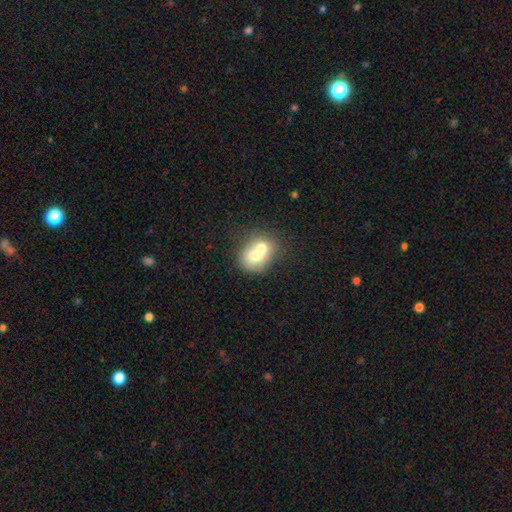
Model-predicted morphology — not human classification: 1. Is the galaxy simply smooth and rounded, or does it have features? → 64% smooth, 27% featured or disk, 9% star or artifact.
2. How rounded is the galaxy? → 67% round, 32% in between, 1% cigar-shaped.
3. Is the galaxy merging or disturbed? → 70% merger, 22% none, 5% minor disturbance, 3% major disturbance.